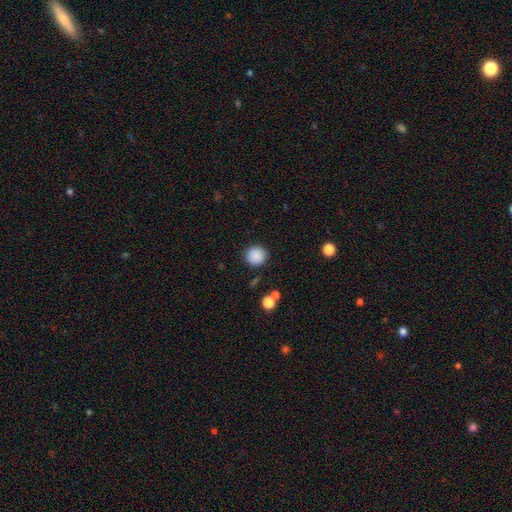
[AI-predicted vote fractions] smooth-or-featured: smooth: 87% | star or artifact: 9% | featured or disk: 4%
  how-rounded: round: 94% | in between: 5% | cigar-shaped: 1%
  merging: none: 89% | minor disturbance: 7% | major disturbance: 2% | merger: 2%